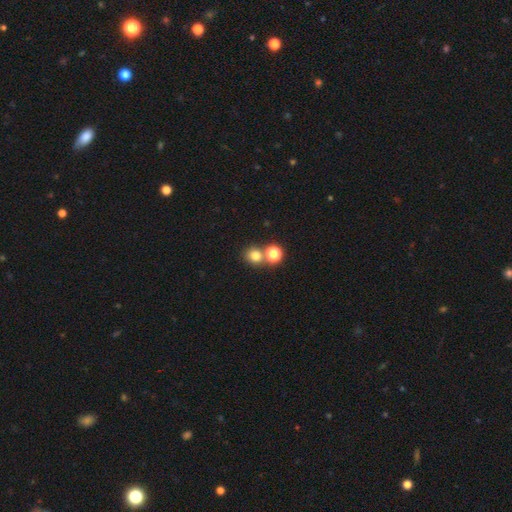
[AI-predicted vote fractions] Q: Smooth or featured?
A: smooth (76%); runner-up: star or artifact (17%)
Q: How rounded?
A: round (83%); runner-up: in between (16%)
Q: Merging?
A: none (59%); runner-up: merger (31%)